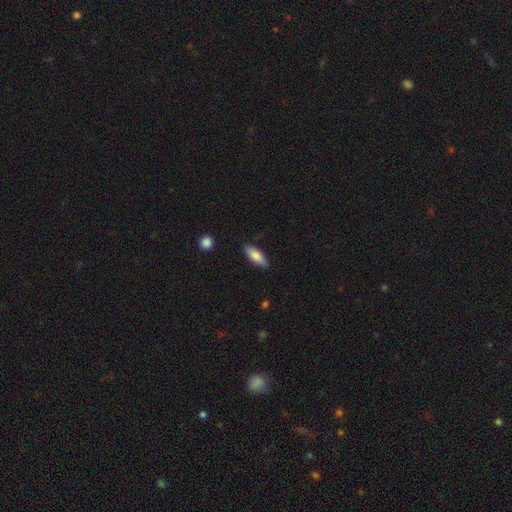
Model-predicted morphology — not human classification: This appears to be a smooth galaxy with no disk features (81%) that is in between round and cigar-shaped (70%). Merging: none (84%).